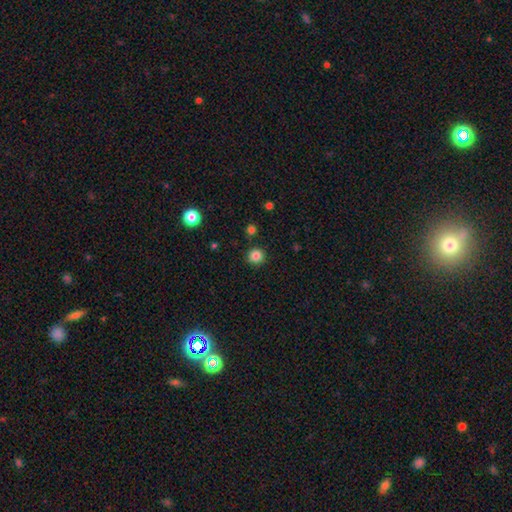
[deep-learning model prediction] Smooth or featured?
  - smooth: 84% *
  - star or artifact: 11%
  - featured or disk: 4%
How rounded?
  - round: 94% *
  - in between: 5%
  - cigar-shaped: 1%
Merging?
  - none: 90% *
  - minor disturbance: 6%
  - merger: 3%
  - major disturbance: 2%